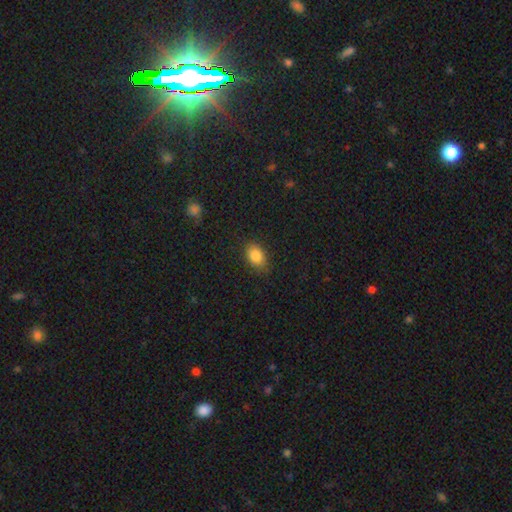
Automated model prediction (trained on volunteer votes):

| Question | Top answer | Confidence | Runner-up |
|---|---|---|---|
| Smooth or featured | smooth | 86% | star or artifact (9%) |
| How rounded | in between | 81% | round (17%) |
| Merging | none | 84% | minor disturbance (12%) |